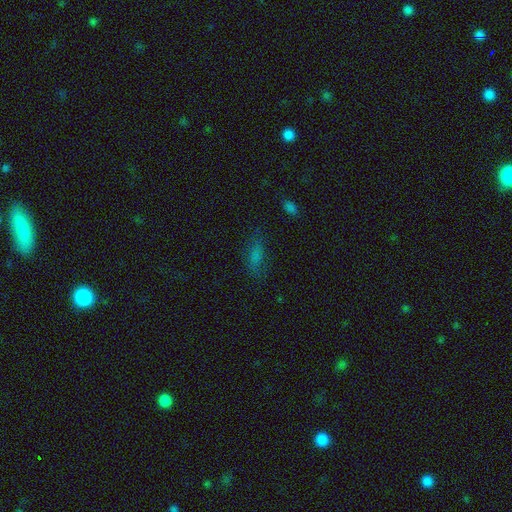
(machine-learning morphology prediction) Smooth or featured? smooth (57%)
How rounded? in between (59%)
Merging? none (72%)